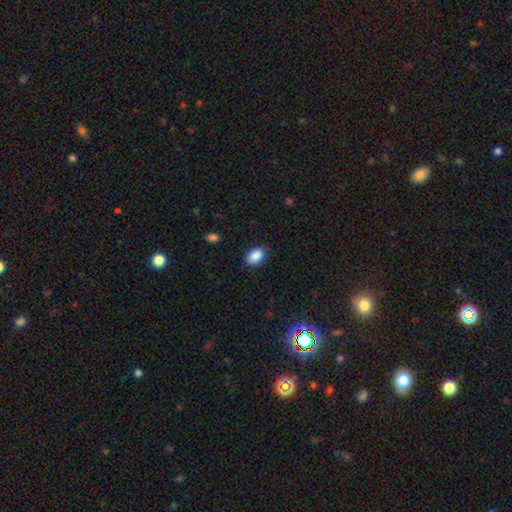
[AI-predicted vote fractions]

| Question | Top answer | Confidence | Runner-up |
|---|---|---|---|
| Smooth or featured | smooth | 89% | star or artifact (8%) |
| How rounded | in between | 89% | round (9%) |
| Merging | none | 84% | minor disturbance (12%) |